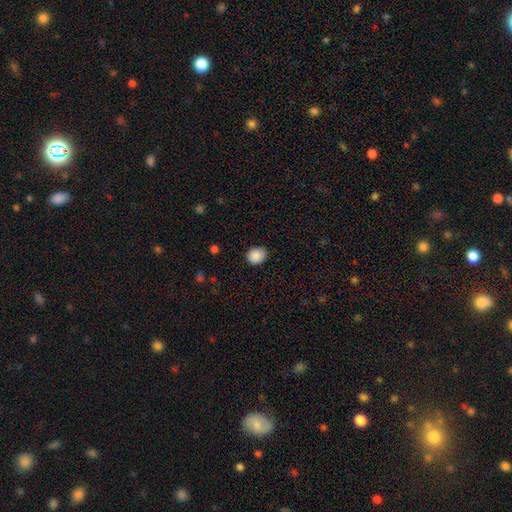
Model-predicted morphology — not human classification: This is clearly a smooth galaxy (88%). How rounded: likely round (65%). Merging: likely none (78%).